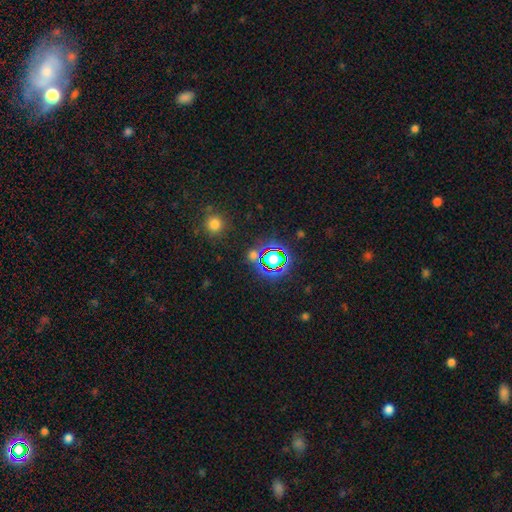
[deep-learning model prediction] smooth_or_featured: star or artifact (p=0.69) [alt: smooth p=0.22]